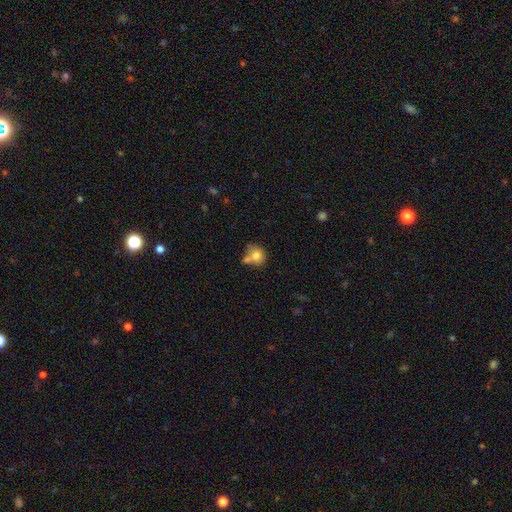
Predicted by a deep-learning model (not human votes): Smooth or featured? Predicted: smooth (p=0.75). How rounded? Predicted: round (p=0.73). Merging? Predicted: none (p=0.43).